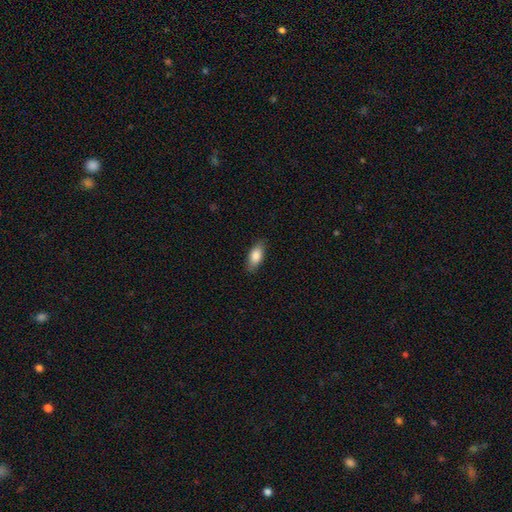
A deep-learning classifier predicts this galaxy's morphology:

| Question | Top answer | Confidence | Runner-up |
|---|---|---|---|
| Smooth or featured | smooth | 84% | featured or disk (10%) |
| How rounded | in between | 86% | cigar-shaped (11%) |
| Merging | none | 85% | minor disturbance (12%) |